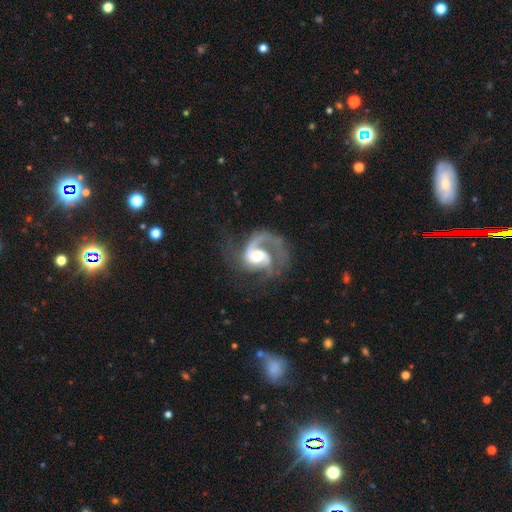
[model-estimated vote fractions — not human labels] The model was most divided on "bar": no: 49%, weak: 40%, strong: 11%. Remaining: edge-on disk — no (98%); spiral arms — yes (97%); smooth or featured — featured or disk (90%); bulge size — moderate (57%); merging — none (54%); spiral winding — medium (53%); spiral arm count — 2 (50%).